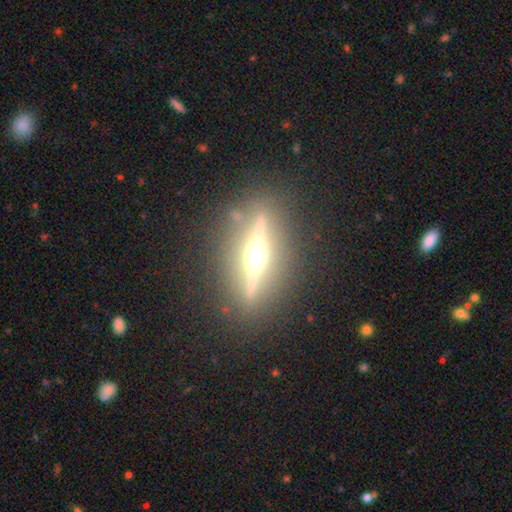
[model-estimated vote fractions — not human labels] smooth-or-featured: featured or disk: 84% | smooth: 10% | star or artifact: 6%
  disk-edge-on: yes: 97% | no: 3%
    edge-on-bulge: rounded: 95% | boxy: 3% | none: 3%
  merging: none: 89% | minor disturbance: 7% | major disturbance: 2% | merger: 2%